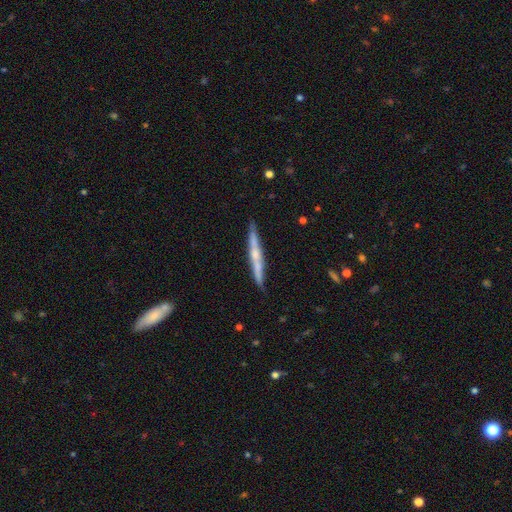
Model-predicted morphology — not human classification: Smooth or featured? featured or disk (63%)
Edge-on disk? yes (96%)
Edge-on bulge? rounded (55%)
Merging? none (87%)